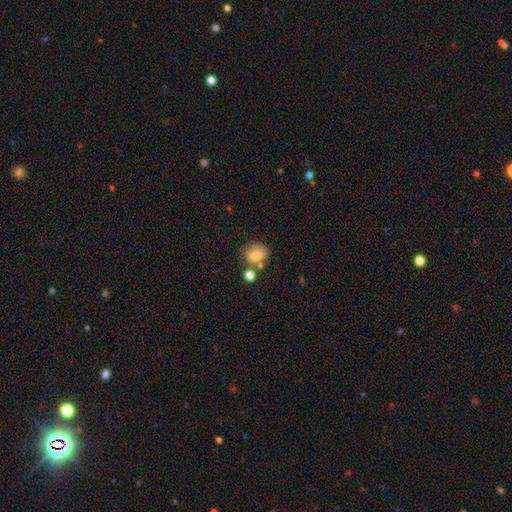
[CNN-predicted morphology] Overall: smooth (78%). How rounded: round (55%; in between 44%). Merging: none (52%; merger 21%).